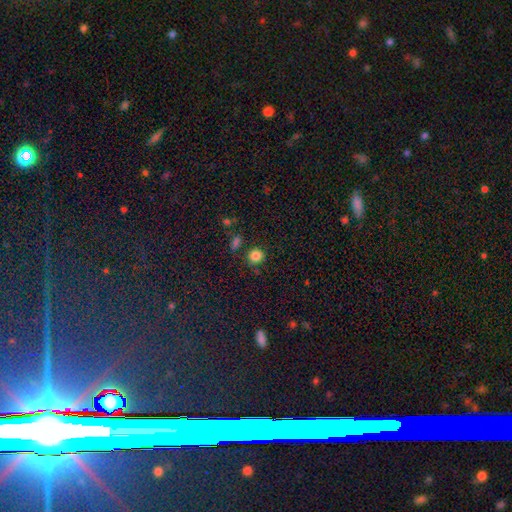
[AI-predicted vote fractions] Morphology: type=smooth (84%); roundness=round (86%); merging=none (82%).